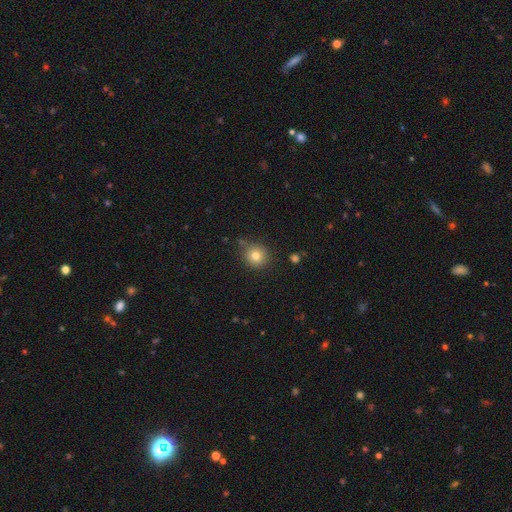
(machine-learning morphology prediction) smooth-or-featured: smooth: 79% | star or artifact: 12% | featured or disk: 9%
  how-rounded: round: 89% | in between: 10% | cigar-shaped: 1%
  merging: none: 79% | minor disturbance: 13% | merger: 5% | major disturbance: 3%